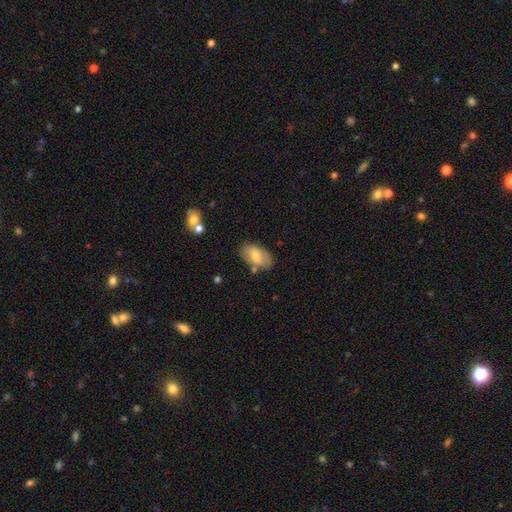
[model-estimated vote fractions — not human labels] A smooth galaxy with no disk features (67%) that is in between round and cigar-shaped (93%). Merging: none (76%).